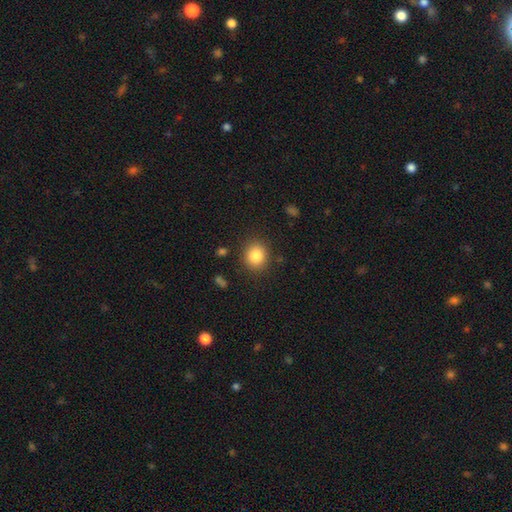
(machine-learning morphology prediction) Overall: smooth (84%). How rounded: round (80%). Merging: none (87%).